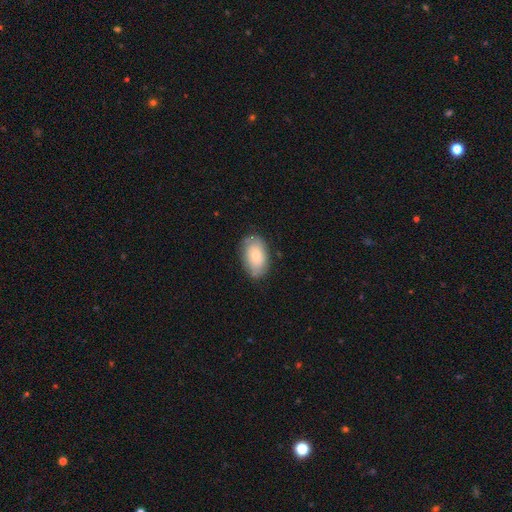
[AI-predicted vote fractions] The model was most divided on "smooth or featured": smooth: 60%, featured or disk: 33%, star or artifact: 7%. More confident: how rounded — in between (91%); merging — none (76%).